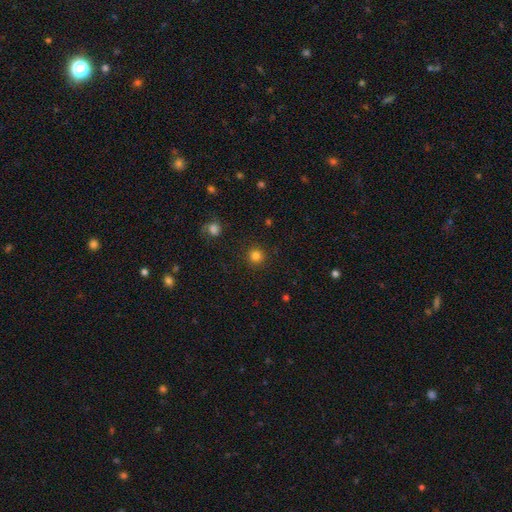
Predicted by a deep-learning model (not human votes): Smooth or featured? Predicted: smooth (p=0.82). How rounded? Predicted: round (p=0.94). Merging? Predicted: none (p=0.91).